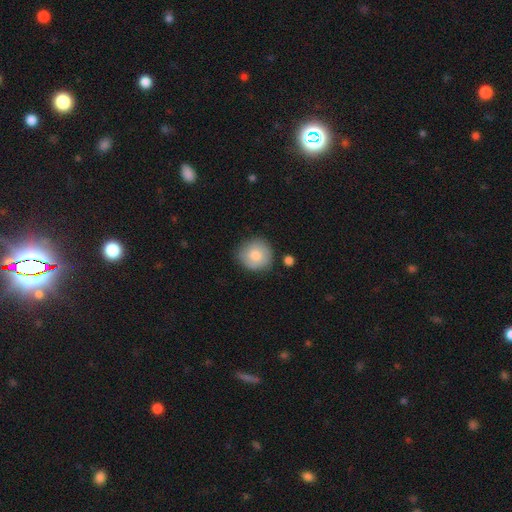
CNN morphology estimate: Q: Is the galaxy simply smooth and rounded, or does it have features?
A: smooth — 78%.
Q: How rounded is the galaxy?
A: round — 93%.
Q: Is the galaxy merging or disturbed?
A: none — 78%.